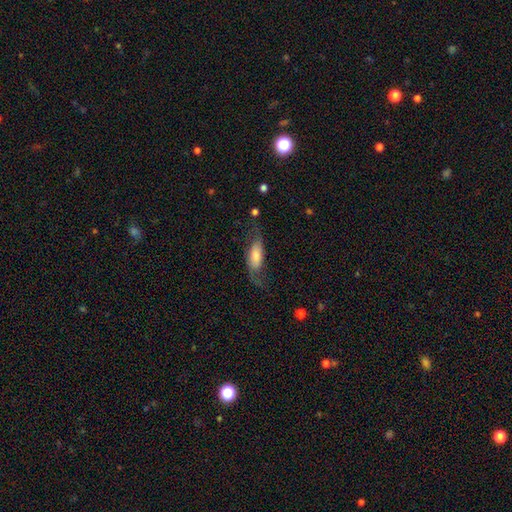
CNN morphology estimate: Q: Smooth or featured?
A: featured or disk (52%); runner-up: smooth (40%)
Q: Edge-on disk?
A: no (81%); runner-up: yes (19%)
Q: Merging?
A: none (56%); runner-up: minor disturbance (23%)